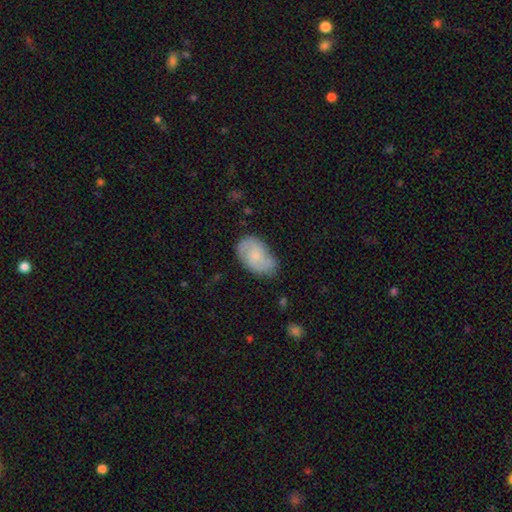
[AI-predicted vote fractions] Smooth or featured: smooth — 55% (featured or disk — 38%)
How rounded: in between — 90% (round — 9%)
Merging: none — 62% (minor disturbance — 29%)